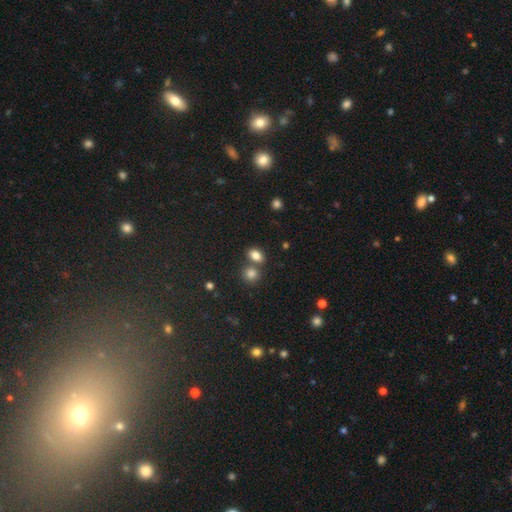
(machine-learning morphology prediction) Smooth or featured?
  - smooth: 82% *
  - star or artifact: 11%
  - featured or disk: 7%
How rounded?
  - in between: 72% *
  - round: 26%
  - cigar-shaped: 2%
Merging?
  - none: 57% *
  - merger: 30%
  - minor disturbance: 10%
  - major disturbance: 3%